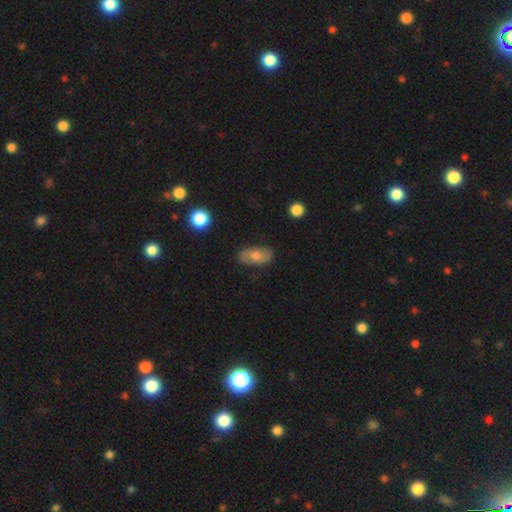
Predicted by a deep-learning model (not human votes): smooth_or_featured: smooth (p=0.64) [alt: featured or disk p=0.29]
how_rounded: in between (p=0.91) [alt: round p=0.05]
merging: none (p=0.84) [alt: minor disturbance p=0.12]